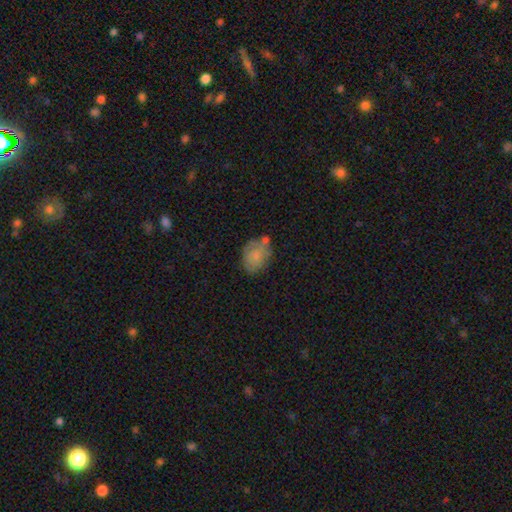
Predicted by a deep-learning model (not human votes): smooth_or_featured: smooth (p=0.70) [alt: featured or disk p=0.21]
how_rounded: in between (p=0.67) [alt: round p=0.32]
merging: none (p=0.51) [alt: minor disturbance p=0.26]